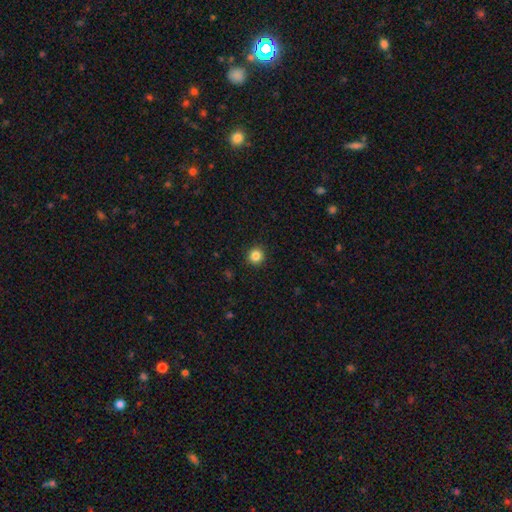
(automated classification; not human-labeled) Overall: smooth (85%). How rounded: round (95%). Merging: none (93%).